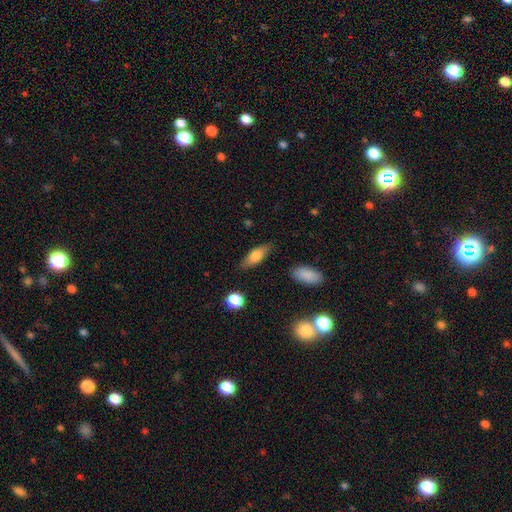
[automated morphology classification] type=smooth (72%); roundness=in between (68%); merging=none (82%).